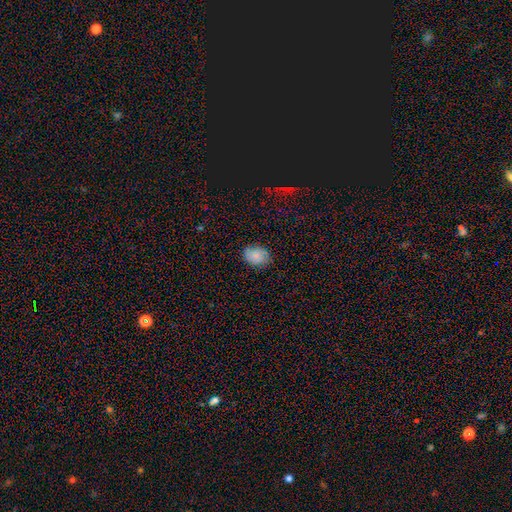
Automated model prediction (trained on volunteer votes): smooth_or_featured: smooth (p=0.79) [alt: featured or disk p=0.12]
how_rounded: in between (p=0.64) [alt: round p=0.35]
merging: none (p=0.82) [alt: minor disturbance p=0.14]